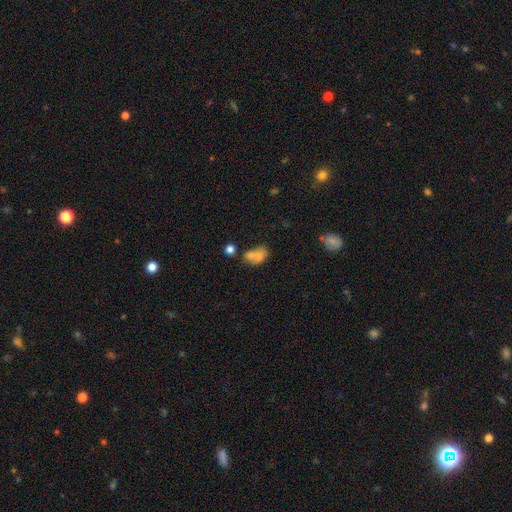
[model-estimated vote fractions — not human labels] Smooth or featured? smooth (68%)
How rounded? in between (72%)
Merging? merger (48%)